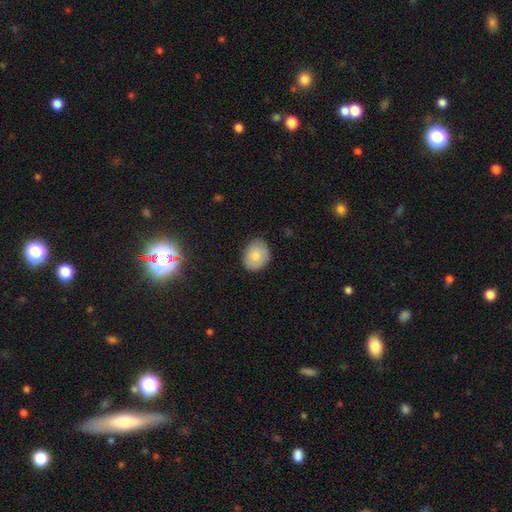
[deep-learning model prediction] smooth 83%, featured or disk 9%, star or artifact 7%. Down the decision tree: how rounded — in between (54%); merging — none (82%).